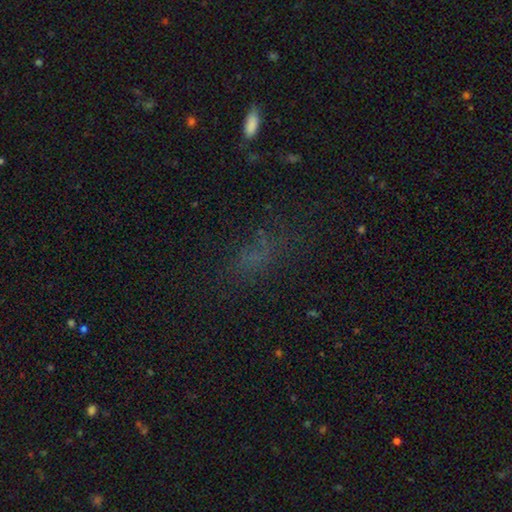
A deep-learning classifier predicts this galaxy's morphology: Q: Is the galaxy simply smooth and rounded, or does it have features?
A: smooth — 50%.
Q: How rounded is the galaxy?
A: in between — 69%.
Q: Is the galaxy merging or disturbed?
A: none — 58%.